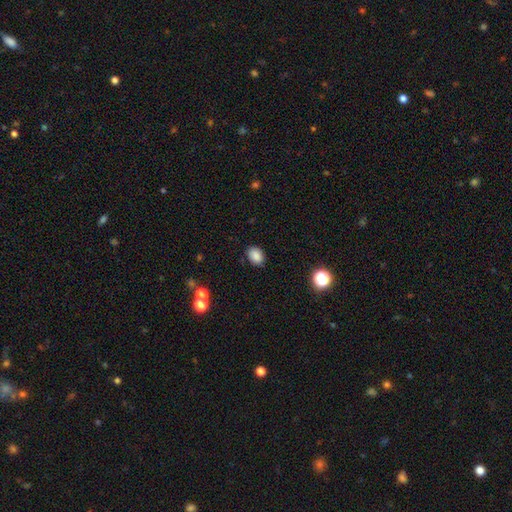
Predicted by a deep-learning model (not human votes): Q: Smooth or featured?
A: smooth (86%); runner-up: star or artifact (10%)
Q: How rounded?
A: in between (69%); runner-up: round (30%)
Q: Merging?
A: none (85%); runner-up: minor disturbance (11%)